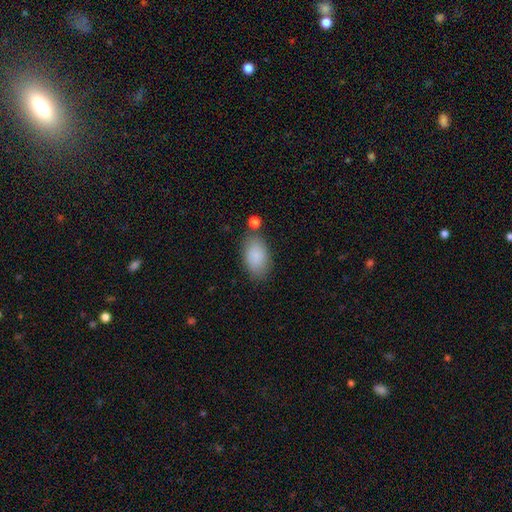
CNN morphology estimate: smooth 87%, star or artifact 7%, featured or disk 6%. Down the decision tree: how rounded — in between (93%); merging — none (75%).